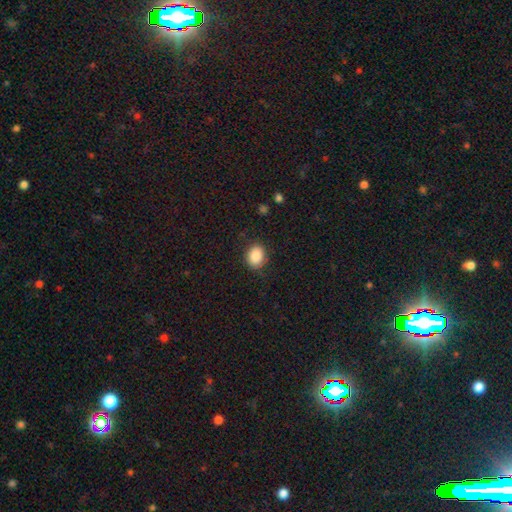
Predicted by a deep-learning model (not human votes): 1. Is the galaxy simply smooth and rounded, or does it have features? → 88% smooth, 8% star or artifact, 4% featured or disk.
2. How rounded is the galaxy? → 60% in between, 39% round, 1% cigar-shaped.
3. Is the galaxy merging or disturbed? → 85% none, 11% minor disturbance, 3% major disturbance, 1% merger.